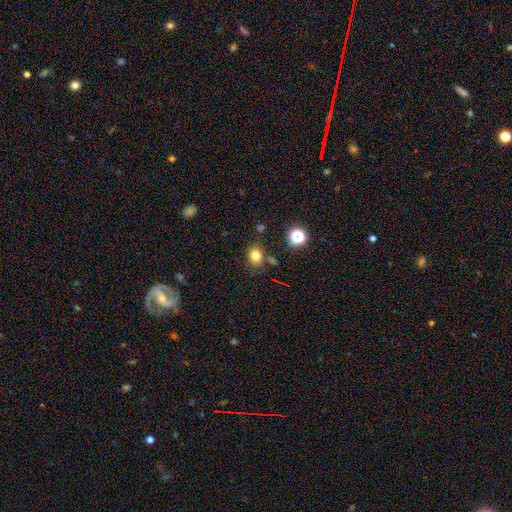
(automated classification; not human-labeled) smooth-or-featured: smooth: 78% | star or artifact: 15% | featured or disk: 7%
  how-rounded: round: 61% | in between: 39% | cigar-shaped: 1%
  merging: none: 79% | minor disturbance: 11% | merger: 6% | major disturbance: 3%